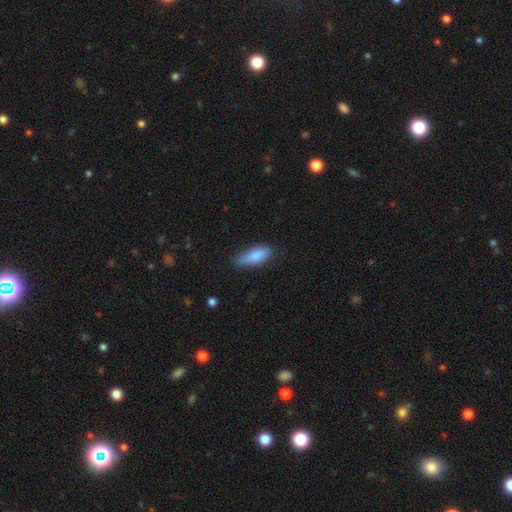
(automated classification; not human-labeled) This is likely a smooth galaxy (79%). How rounded: likely in between (66%). Merging: likely none (70%).